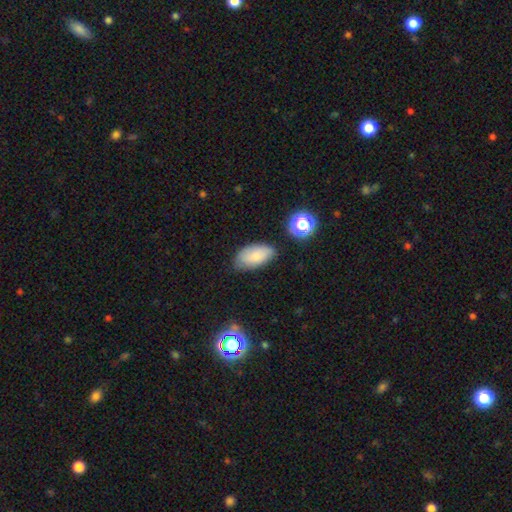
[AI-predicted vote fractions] smooth-or-featured: smooth: 80% | featured or disk: 12% | star or artifact: 9%
  how-rounded: in between: 93% | round: 4% | cigar-shaped: 3%
  merging: none: 72% | minor disturbance: 21% | major disturbance: 5% | merger: 3%